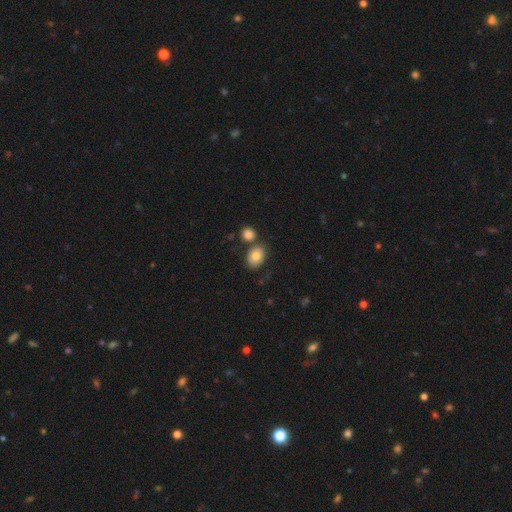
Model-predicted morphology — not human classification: smooth 83%, featured or disk 9%, star or artifact 8%. Down the decision tree: how rounded — in between (77%); merging — none (64%).